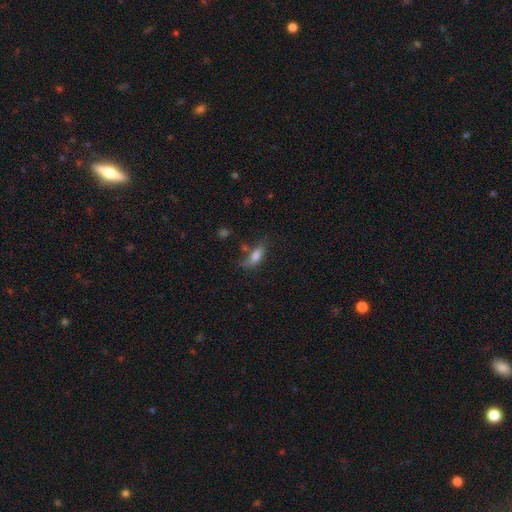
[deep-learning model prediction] Smooth or featured? Predicted: smooth (p=0.75). How rounded? Predicted: in between (p=0.74). Merging? Predicted: none (p=0.49).